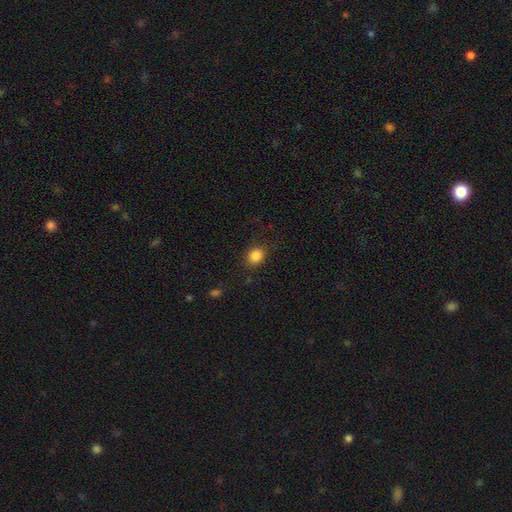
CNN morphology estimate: This appears to be a smooth galaxy with no disk features (86%) that is round (61%). Merging: none (83%).